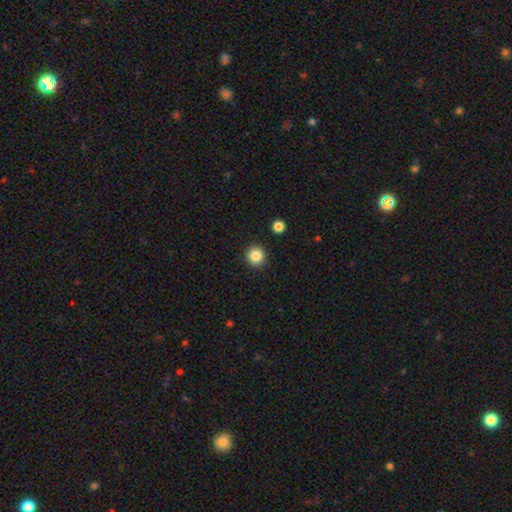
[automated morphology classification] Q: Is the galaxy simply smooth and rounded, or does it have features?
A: smooth — 85%.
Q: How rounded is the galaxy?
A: round — 94%.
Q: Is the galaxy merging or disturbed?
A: none — 92%.